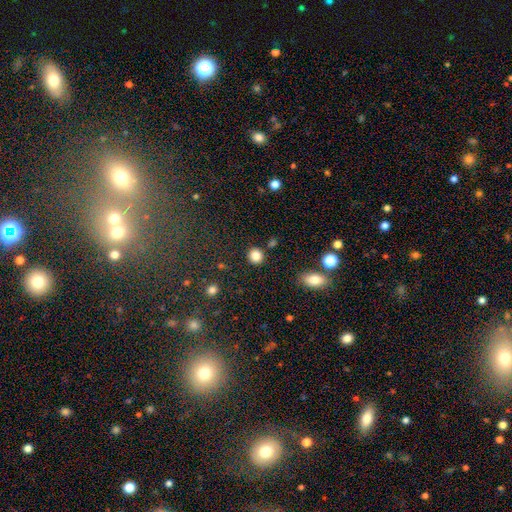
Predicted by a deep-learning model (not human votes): Smooth or featured? Predicted: smooth (p=0.85). How rounded? Predicted: round (p=0.88). Merging? Predicted: none (p=0.88).